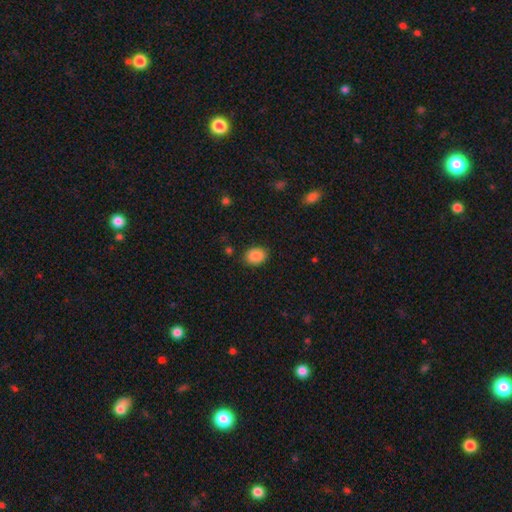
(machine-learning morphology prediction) Smooth or featured: smooth — 88% (star or artifact — 8%)
How rounded: in between — 55% (round — 44%)
Merging: none — 85% (minor disturbance — 11%)